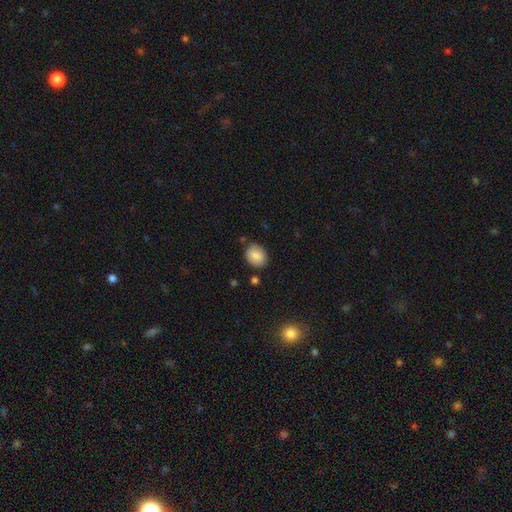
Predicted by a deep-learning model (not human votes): smooth-or-featured: smooth: 87% | star or artifact: 7% | featured or disk: 6%
  how-rounded: in between: 60% | round: 39% | cigar-shaped: 1%
  merging: none: 78% | minor disturbance: 15% | merger: 4% | major disturbance: 3%